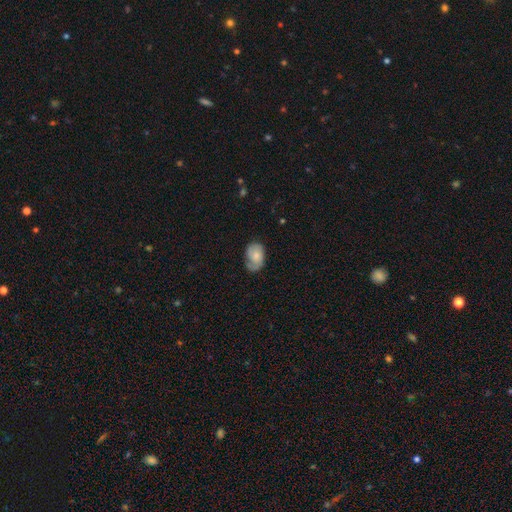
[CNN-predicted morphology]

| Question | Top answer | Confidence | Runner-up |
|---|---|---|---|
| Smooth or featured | smooth | 55% | featured or disk (38%) |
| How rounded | in between | 81% | round (18%) |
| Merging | none | 51% | minor disturbance (32%) |